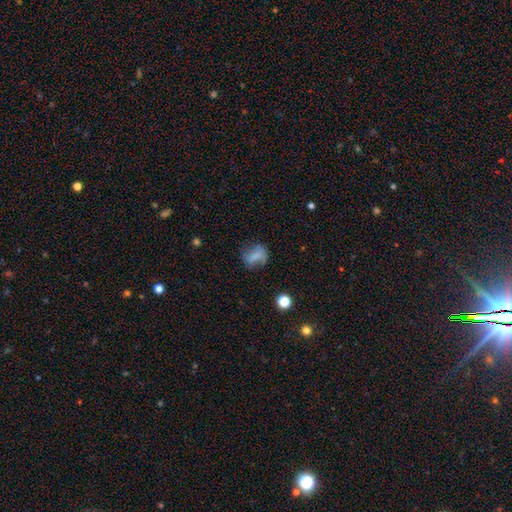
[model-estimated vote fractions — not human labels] Q: Smooth or featured?
A: smooth (64%); runner-up: featured or disk (23%)
Q: How rounded?
A: in between (57%); runner-up: round (40%)
Q: Merging?
A: none (51%); runner-up: minor disturbance (26%)